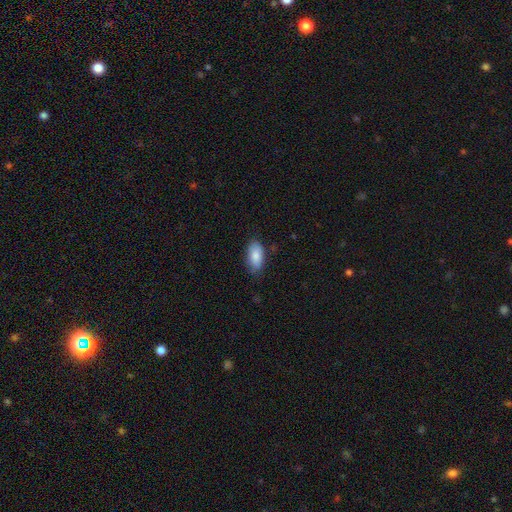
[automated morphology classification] Smooth or featured? smooth (85%)
How rounded? in between (92%)
Merging? none (75%)